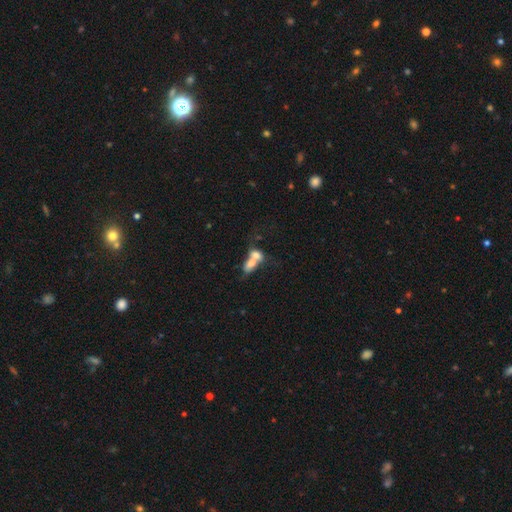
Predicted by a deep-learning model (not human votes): A smooth galaxy with no disk features (66%) that is in between round and cigar-shaped (73%). Merging: merger (75%).